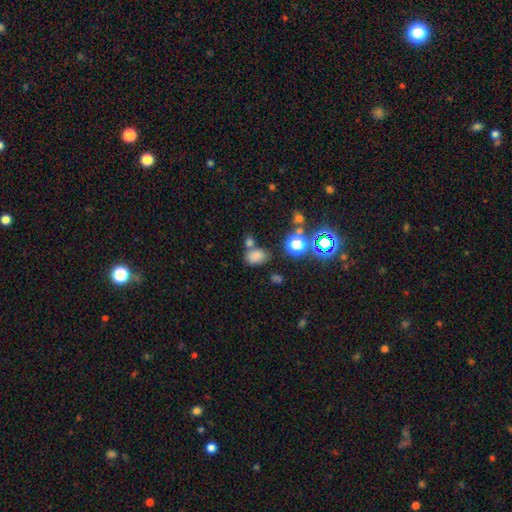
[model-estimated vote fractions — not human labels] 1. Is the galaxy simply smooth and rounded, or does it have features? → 74% smooth, 19% star or artifact, 7% featured or disk.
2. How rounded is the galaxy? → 74% in between, 24% round, 1% cigar-shaped.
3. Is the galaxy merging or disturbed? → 56% none, 24% merger, 14% minor disturbance, 6% major disturbance.